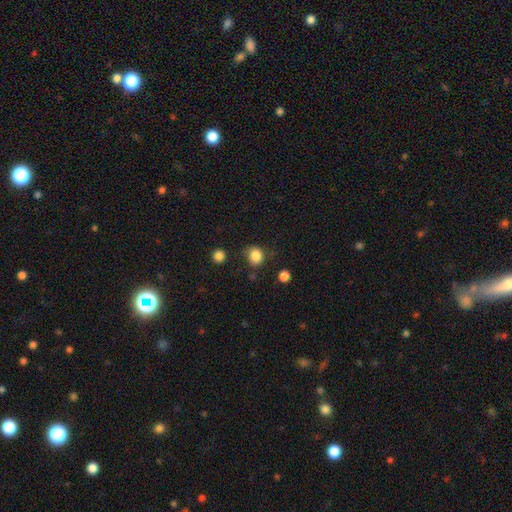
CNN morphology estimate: smooth 85%, star or artifact 11%, featured or disk 4%. Down the decision tree: how rounded — round (77%); merging — none (74%).